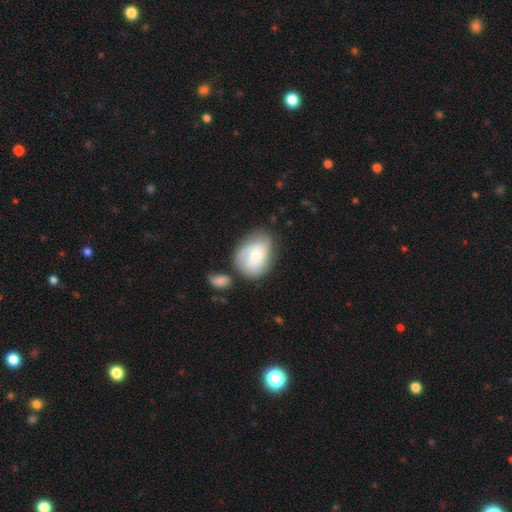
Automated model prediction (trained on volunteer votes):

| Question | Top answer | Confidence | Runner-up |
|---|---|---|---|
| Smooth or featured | smooth | 51% | featured or disk (42%) |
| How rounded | in between | 62% | round (37%) |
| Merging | none | 52% | minor disturbance (24%) |